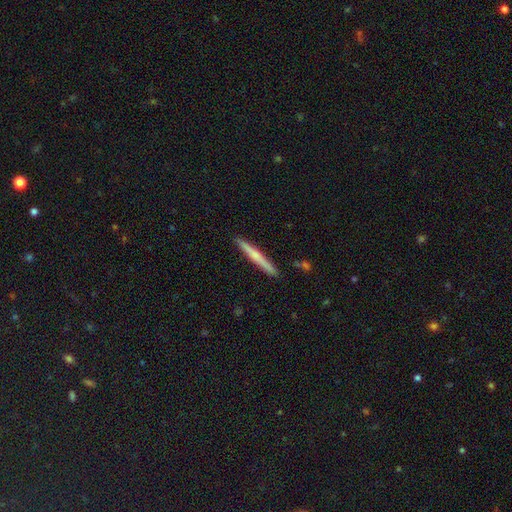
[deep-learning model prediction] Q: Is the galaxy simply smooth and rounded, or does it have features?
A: smooth — 51%.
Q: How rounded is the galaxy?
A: cigar-shaped — 96%.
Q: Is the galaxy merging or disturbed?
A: none — 91%.